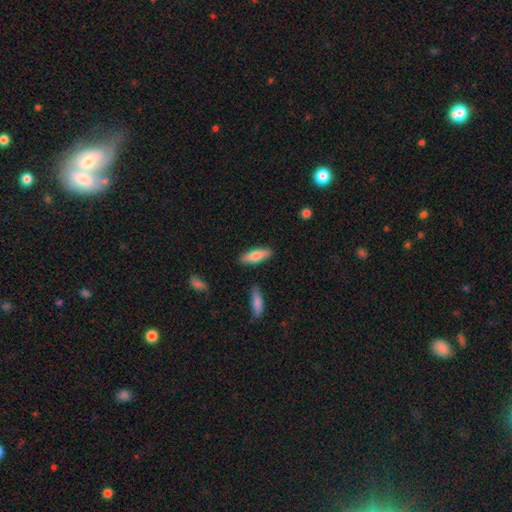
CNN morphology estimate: Smooth or featured? smooth (73%)
How rounded? in between (51%)
Merging? none (85%)